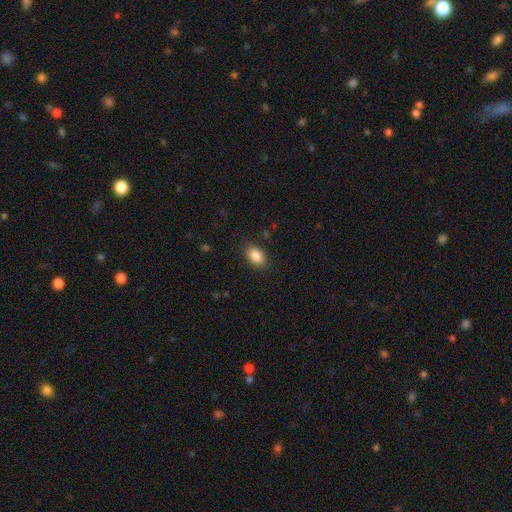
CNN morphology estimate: Smooth or featured? smooth (87%)
How rounded? in between (87%)
Merging? none (86%)